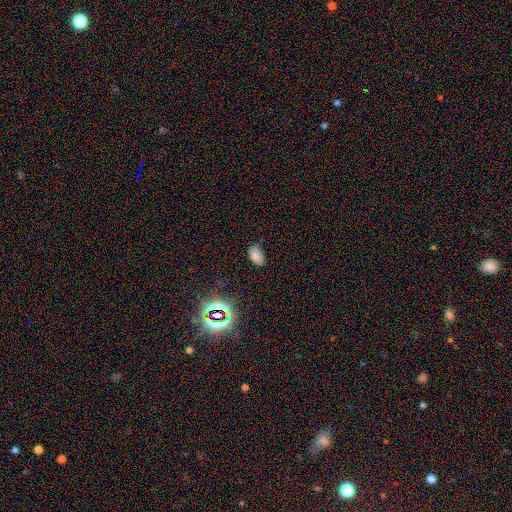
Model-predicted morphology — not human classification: smooth-or-featured: smooth: 73% | star or artifact: 17% | featured or disk: 9%
  how-rounded: in between: 92% | round: 6% | cigar-shaped: 1%
  merging: none: 74% | minor disturbance: 20% | major disturbance: 4% | merger: 2%